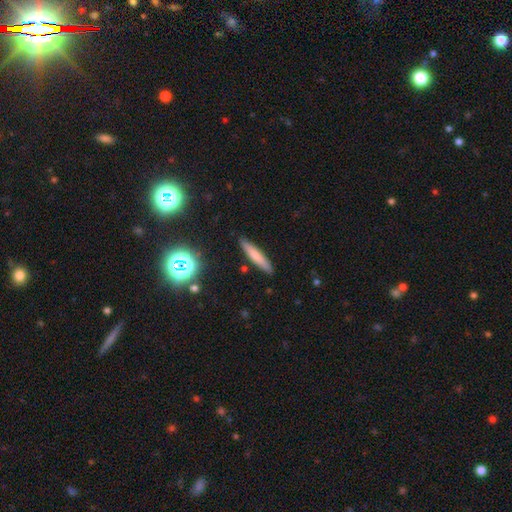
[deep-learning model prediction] A smooth galaxy with no disk features (71%) that is cigar-shaped (90%). Merging: none (88%).